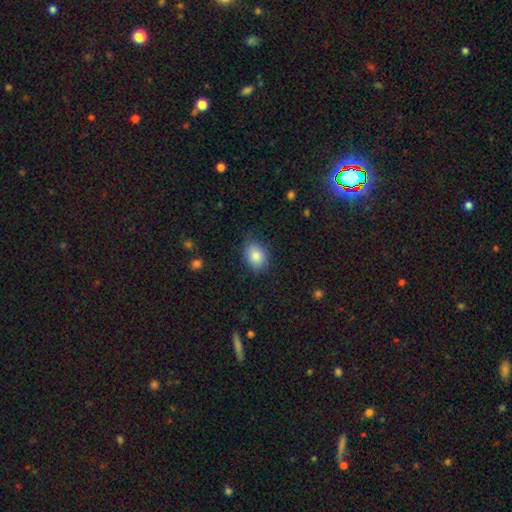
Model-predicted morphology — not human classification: Smooth or featured? smooth (83%)
How rounded? in between (67%)
Merging? none (73%)